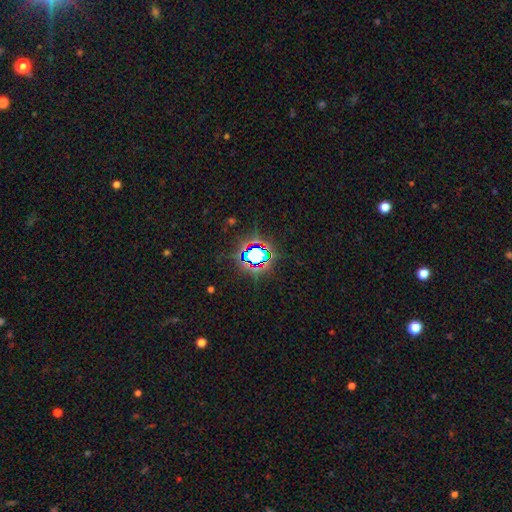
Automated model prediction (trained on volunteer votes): The model was most divided on "smooth or featured": star or artifact: 73%, smooth: 16%, featured or disk: 11%.